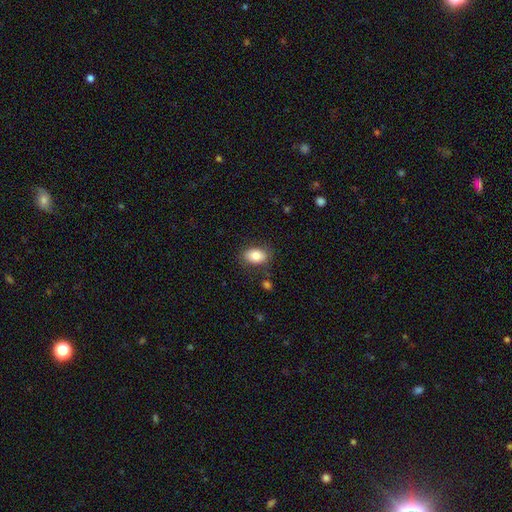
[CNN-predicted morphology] Smooth or featured: smooth — 83% (featured or disk — 9%)
How rounded: in between — 86% (round — 13%)
Merging: none — 82% (minor disturbance — 12%)